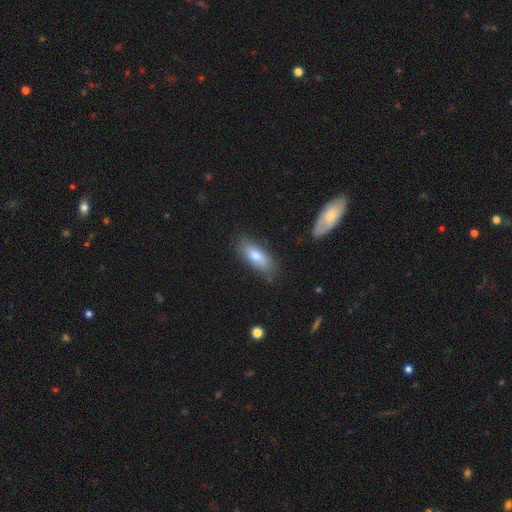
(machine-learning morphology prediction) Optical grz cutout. It shows a smooth galaxy with no disk features (76%) that is in between round and cigar-shaped (72%). Merging: none (79%).